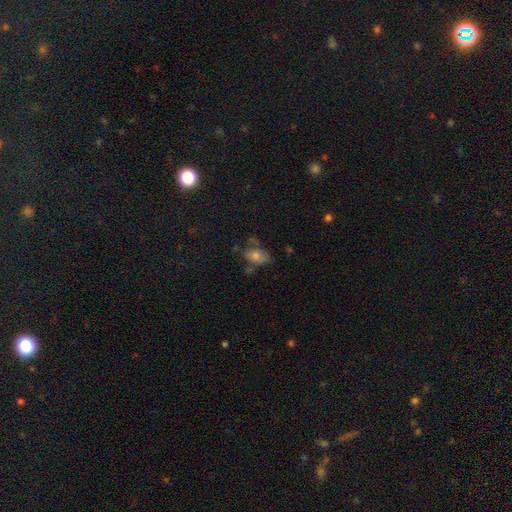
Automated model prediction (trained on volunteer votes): A smooth galaxy with no disk features (58%) that is in between round and cigar-shaped (80%). Merging: none (47%).